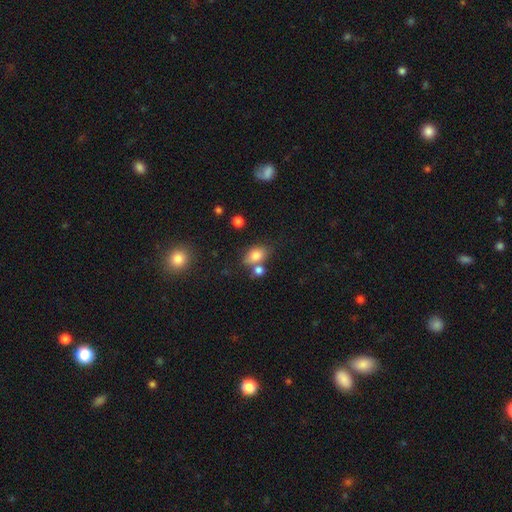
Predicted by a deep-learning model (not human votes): Smooth or featured? Predicted: smooth (p=0.80). How rounded? Predicted: in between (p=0.78). Merging? Predicted: none (p=0.55).